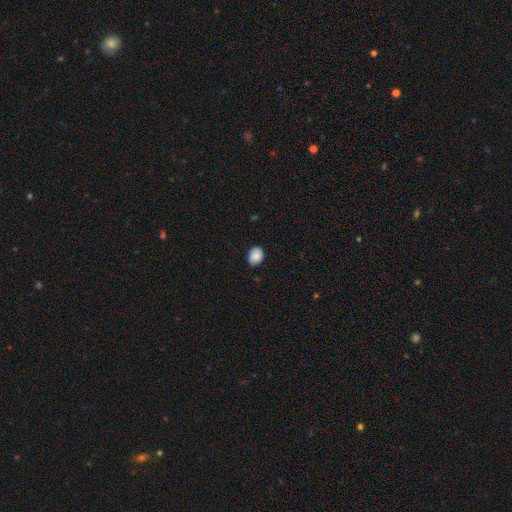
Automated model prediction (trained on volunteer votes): A smooth galaxy with no disk features (88%) that is in between round and cigar-shaped (60%). Merging: none (82%).